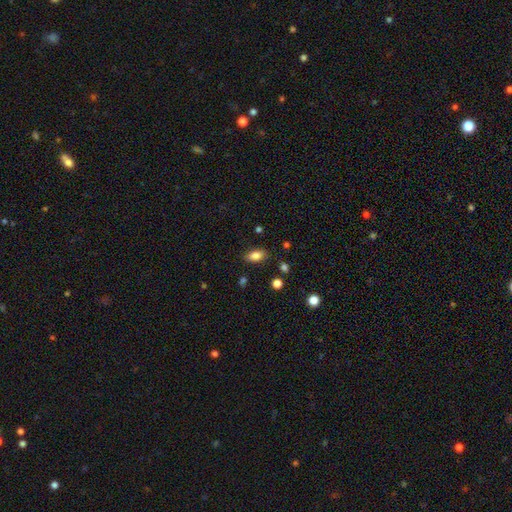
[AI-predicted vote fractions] Morphology: type=smooth (85%); roundness=in between (89%); merging=none (85%).